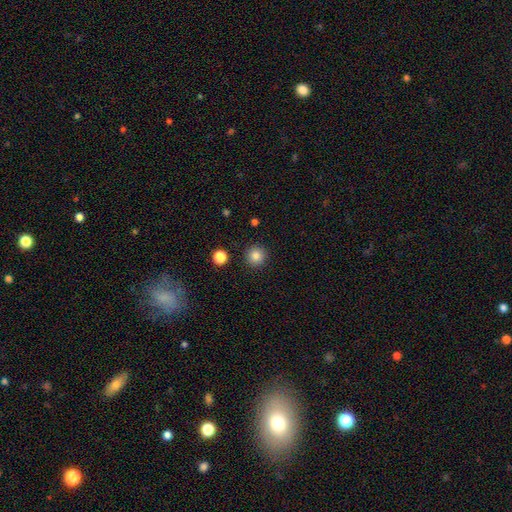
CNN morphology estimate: Overall: smooth (85%). How rounded: round (95%). Merging: none (91%).